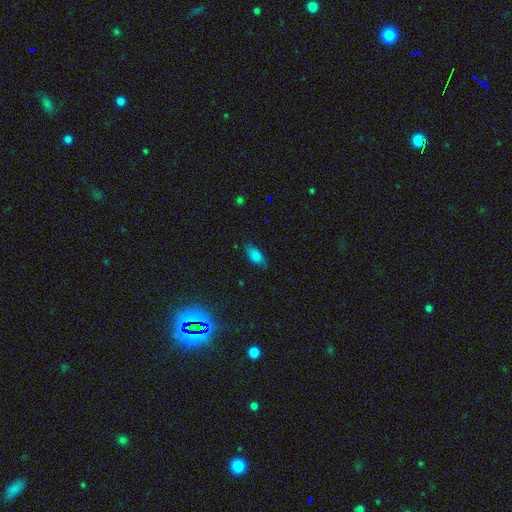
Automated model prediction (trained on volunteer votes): Q: Smooth or featured?
A: smooth (76%); runner-up: star or artifact (13%)
Q: How rounded?
A: in between (86%); runner-up: cigar-shaped (10%)
Q: Merging?
A: none (68%); runner-up: minor disturbance (25%)